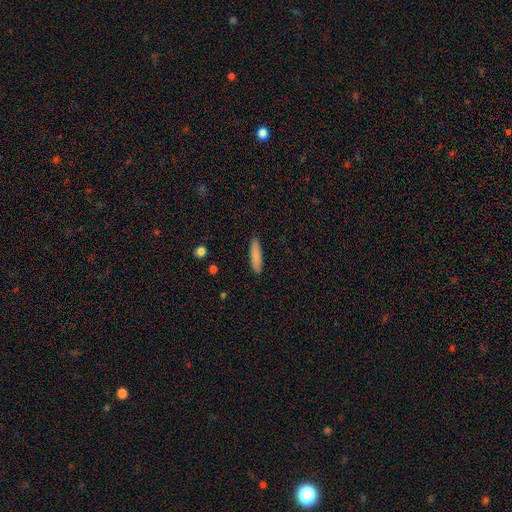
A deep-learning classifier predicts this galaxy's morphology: The model was most divided on "how rounded": cigar-shaped: 82%, in between: 16%, round: 1%. More confident: merging — none (90%); smooth or featured — smooth (85%).